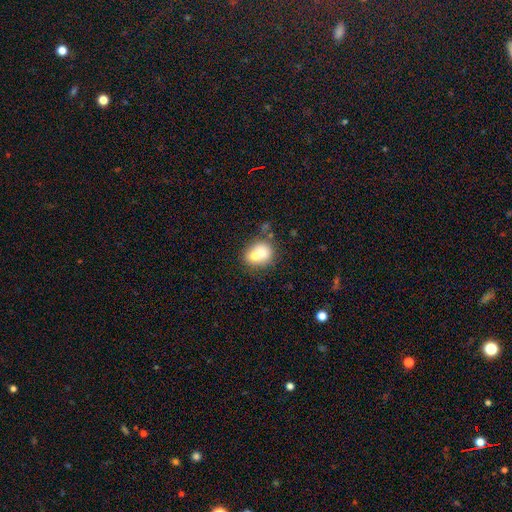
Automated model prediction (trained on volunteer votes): This is likely a smooth galaxy (66%). How rounded: likely round (67%). Merging: possibly merger (59%).